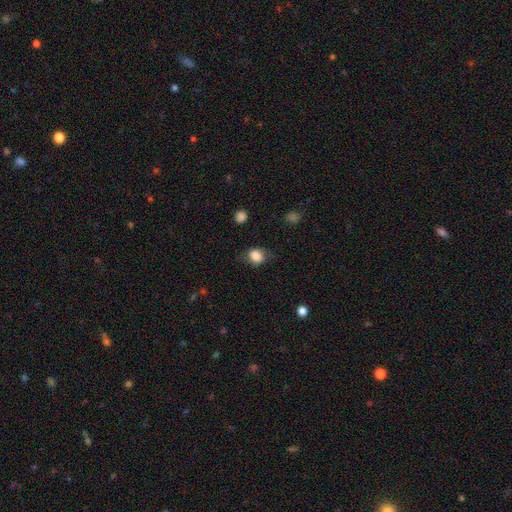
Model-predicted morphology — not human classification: smooth 83%, featured or disk 9%, star or artifact 9%. Down the decision tree: how rounded — in between (50%); merging — none (65%).